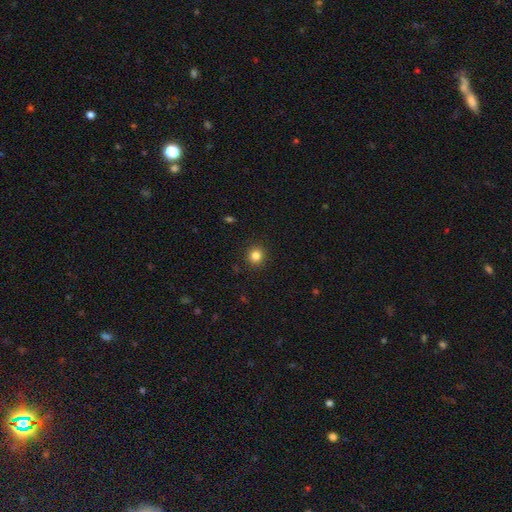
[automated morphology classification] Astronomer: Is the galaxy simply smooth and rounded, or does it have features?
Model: smooth — 83%.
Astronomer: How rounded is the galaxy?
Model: round — 91%.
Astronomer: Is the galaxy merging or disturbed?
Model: none — 92%.